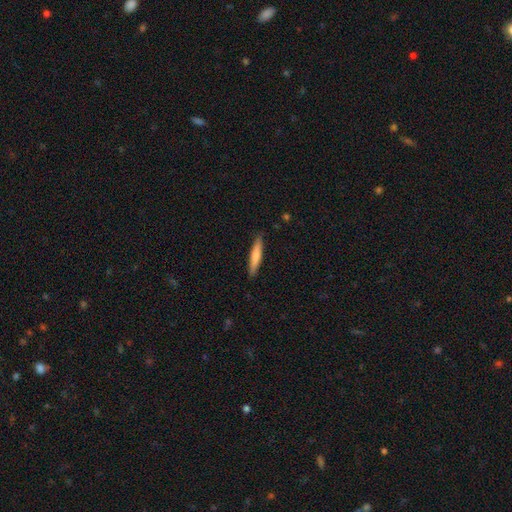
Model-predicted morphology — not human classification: This appears to be a smooth galaxy with no disk features (69%) that is cigar-shaped (91%). Merging: none (89%).